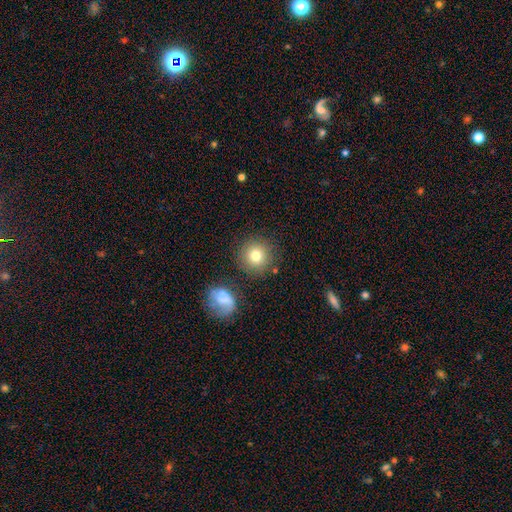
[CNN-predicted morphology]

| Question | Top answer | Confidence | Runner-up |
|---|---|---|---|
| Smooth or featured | smooth | 79% | star or artifact (11%) |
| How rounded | round | 93% | in between (6%) |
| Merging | none | 84% | minor disturbance (9%) |